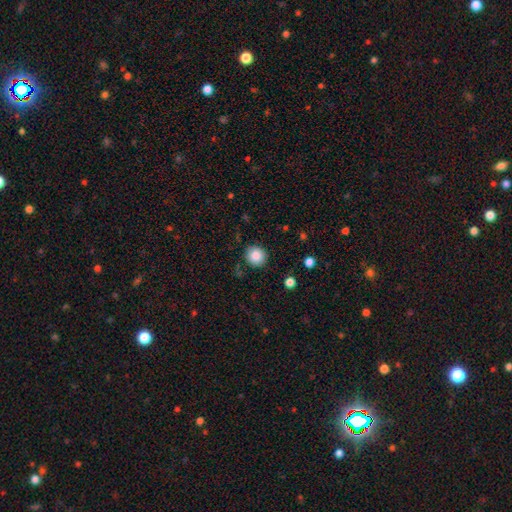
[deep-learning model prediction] Smooth or featured?
  - smooth: 86% *
  - star or artifact: 9%
  - featured or disk: 5%
How rounded?
  - round: 92% *
  - in between: 7%
  - cigar-shaped: 1%
Merging?
  - none: 89% *
  - minor disturbance: 7%
  - major disturbance: 2%
  - merger: 1%